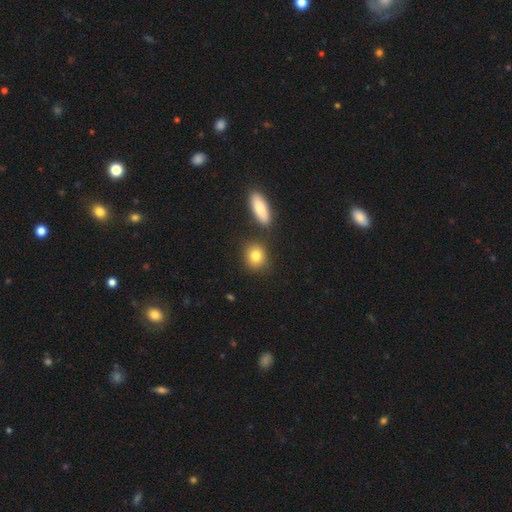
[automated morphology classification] smooth-or-featured: smooth: 83% | featured or disk: 9% | star or artifact: 8%
  how-rounded: round: 67% | in between: 31% | cigar-shaped: 2%
  merging: none: 77% | merger: 11% | minor disturbance: 9% | major disturbance: 3%